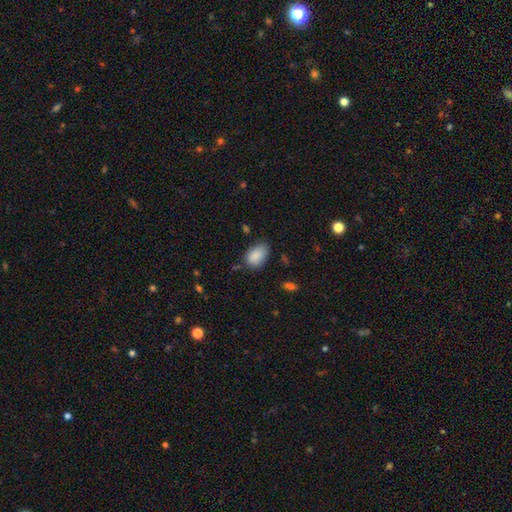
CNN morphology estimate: Smooth or featured? smooth (88%)
How rounded? in between (87%)
Merging? none (66%)